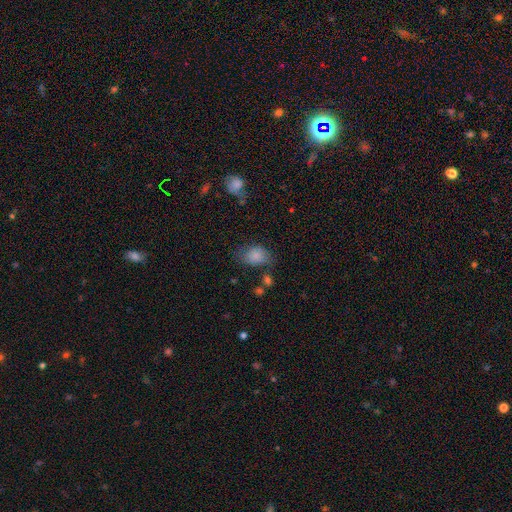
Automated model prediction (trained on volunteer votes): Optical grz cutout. It shows a smooth galaxy with no disk features (82%) that is in between round and cigar-shaped (73%). Merging: none (57%).